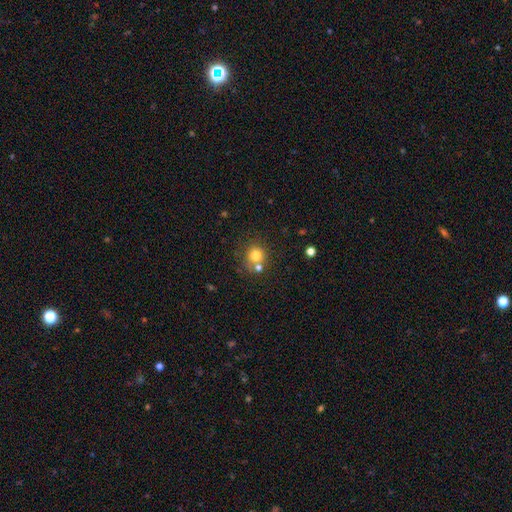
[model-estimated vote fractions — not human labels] smooth 76%, star or artifact 13%, featured or disk 11%. Down the decision tree: how rounded — round (87%); merging — none (60%).